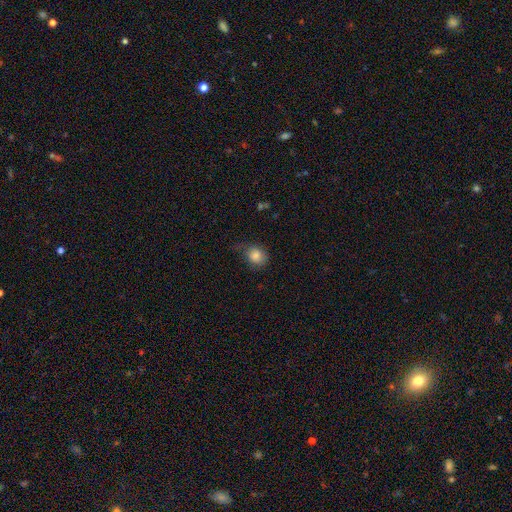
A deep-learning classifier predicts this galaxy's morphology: A smooth galaxy with no disk features (83%) that is round (62%).

Vote fractions:
- Smooth or featured? smooth: 83% / star or artifact: 9% / featured or disk: 8%
- How rounded? round: 62% / in between: 37% / cigar-shaped: 1%
- Merging? none: 55% / minor disturbance: 30% / major disturbance: 13% / merger: 2%